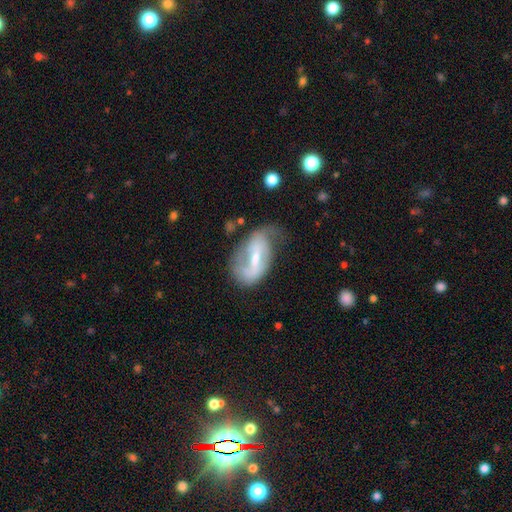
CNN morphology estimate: A featured or disk galaxy (71%) with a weak bar (43%), 2 (65%) loose (42%) spiral arms (79%) and a small central bulge (47%).

Vote fractions:
- Smooth or featured? featured or disk: 71% / smooth: 22% / star or artifact: 7%
- Edge-on disk? no: 94% / yes: 6%
- Bar? weak: 43% / strong: 40% / no: 17%
- Spiral arms? yes: 79% / no: 21%
- Spiral winding? loose: 42% / medium: 38% / tight: 20%
- Spiral arm count? 2: 65% / 1: 17% / can't tell: 14% / 3: 2% / 4: 1% / more than 4: 1%
- Bulge size? small: 47% / moderate: 42% / none: 6% / large: 3% / dominant: 1%
- Merging? none: 42% / minor disturbance: 31% / major disturbance: 24% / merger: 4%